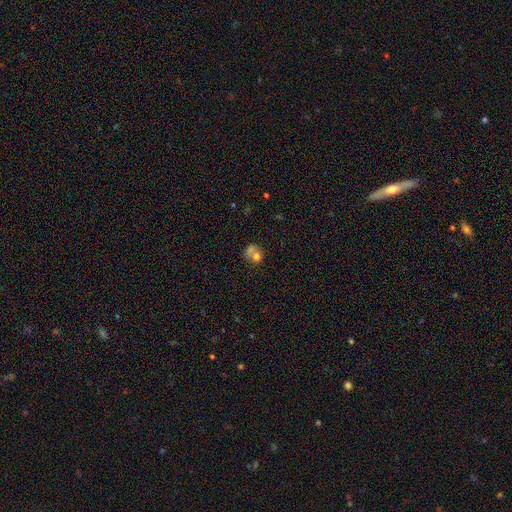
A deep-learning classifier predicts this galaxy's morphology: Overall: smooth (65%). How rounded: round (70%). Merging: merger (51%; none 31%).